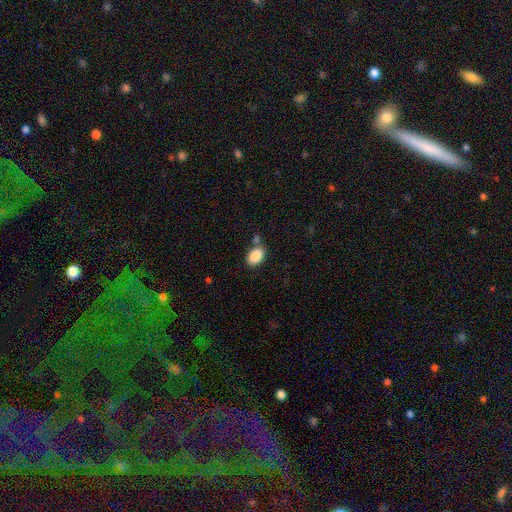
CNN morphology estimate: A smooth galaxy with no disk features (88%) that is in between round and cigar-shaped (85%).

Vote fractions:
- Smooth or featured? smooth: 88% / star or artifact: 7% / featured or disk: 4%
- How rounded? in between: 85% / round: 14% / cigar-shaped: 1%
- Merging? none: 71% / minor disturbance: 13% / merger: 12% / major disturbance: 4%